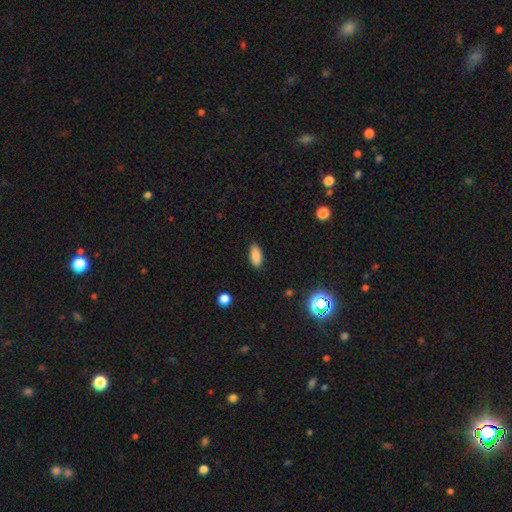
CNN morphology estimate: smooth_or_featured: smooth (p=0.87) [alt: star or artifact p=0.09]
how_rounded: in between (p=0.88) [alt: cigar-shaped p=0.09]
merging: none (p=0.87) [alt: minor disturbance p=0.09]